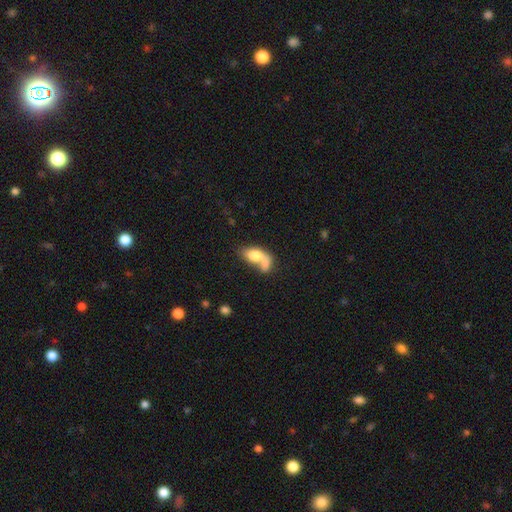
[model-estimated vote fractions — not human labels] Overall: smooth (73%). How rounded: in between (84%). Merging: merger (65%).